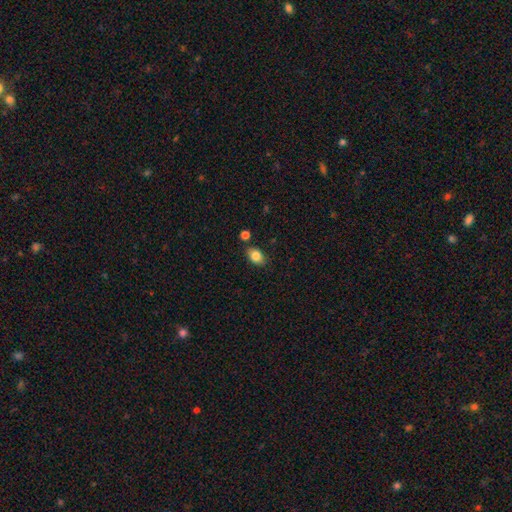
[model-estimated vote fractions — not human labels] smooth-or-featured: smooth: 84% | star or artifact: 8% | featured or disk: 7%
  how-rounded: in between: 84% | round: 15% | cigar-shaped: 1%
  merging: none: 80% | minor disturbance: 12% | merger: 5% | major disturbance: 2%